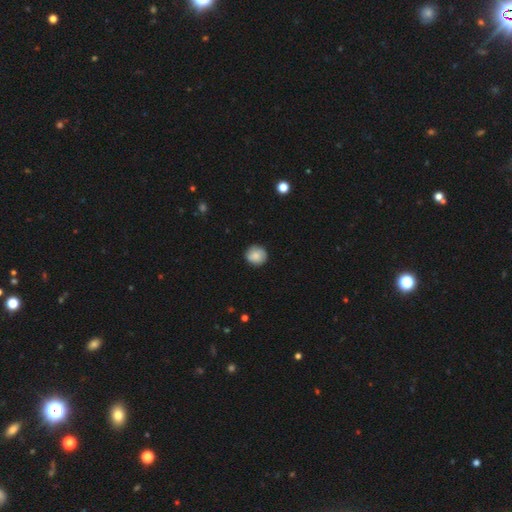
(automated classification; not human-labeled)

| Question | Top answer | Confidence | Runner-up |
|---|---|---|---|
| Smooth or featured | smooth | 83% | featured or disk (10%) |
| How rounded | round | 86% | in between (13%) |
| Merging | none | 85% | minor disturbance (12%) |